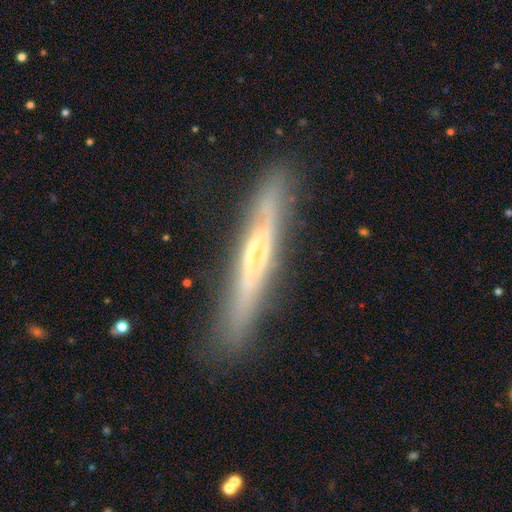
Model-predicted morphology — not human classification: Smooth or featured: featured or disk — 68% (smooth — 24%)
Edge-on disk: yes — 87% (no — 13%)
Edge-on bulge: none — 55% (rounded — 31%)
Merging: none — 82% (minor disturbance — 13%)